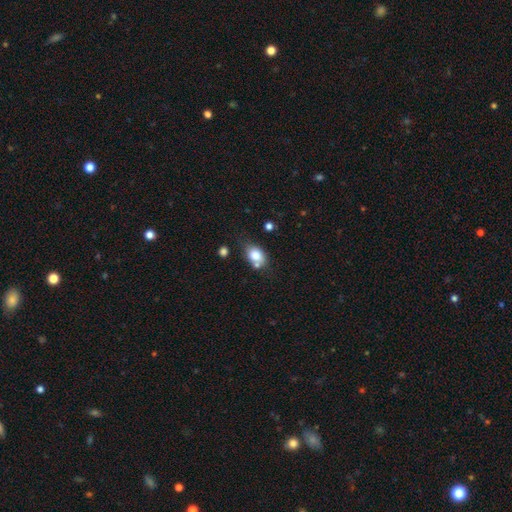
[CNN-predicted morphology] Smooth or featured? smooth (78%)
How rounded? in between (71%)
Merging? none (54%)